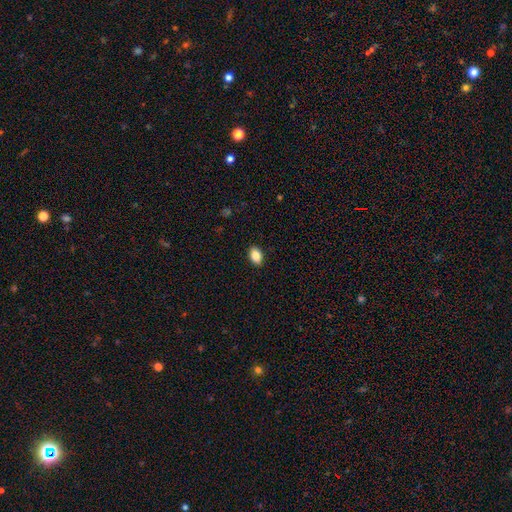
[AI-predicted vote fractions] Q: Smooth or featured?
A: smooth (85%); runner-up: star or artifact (8%)
Q: How rounded?
A: in between (87%); runner-up: round (11%)
Q: Merging?
A: none (89%); runner-up: minor disturbance (8%)